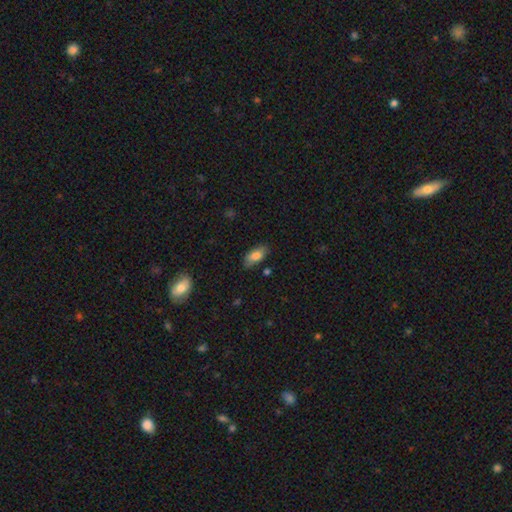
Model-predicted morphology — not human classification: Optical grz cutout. It shows a smooth galaxy with no disk features (82%) that is in between round and cigar-shaped (88%). Merging: none (80%).